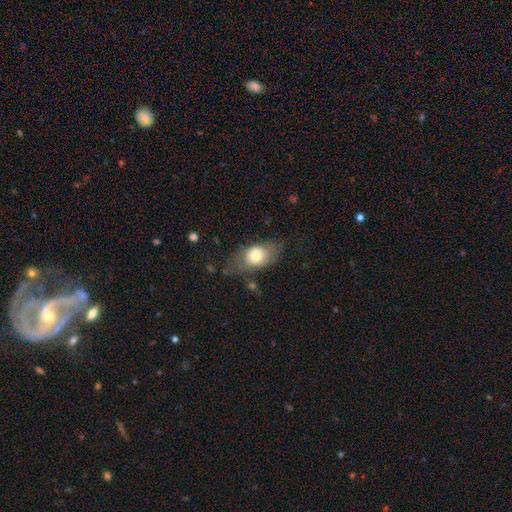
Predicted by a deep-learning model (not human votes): A smooth galaxy with no disk features (69%) that is in between round and cigar-shaped (72%). Merging: none (58%).